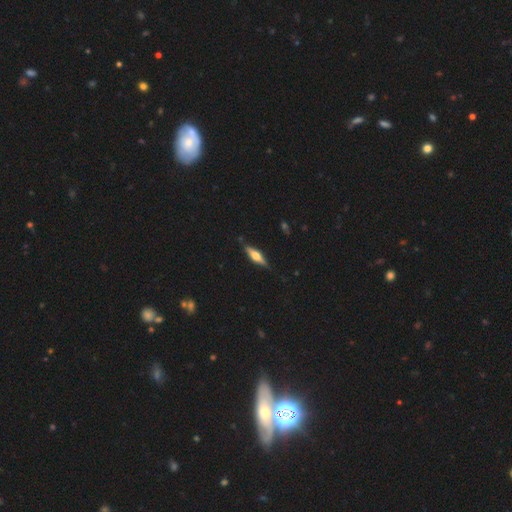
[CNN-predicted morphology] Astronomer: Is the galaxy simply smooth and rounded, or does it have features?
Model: featured or disk — 63%.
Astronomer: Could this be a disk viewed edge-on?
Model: yes — 95%.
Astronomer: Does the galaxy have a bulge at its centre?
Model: rounded — 90%.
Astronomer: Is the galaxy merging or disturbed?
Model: none — 85%.